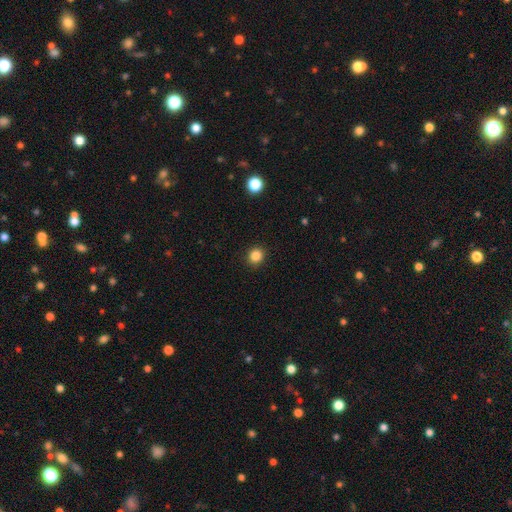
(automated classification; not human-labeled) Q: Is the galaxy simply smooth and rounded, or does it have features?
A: smooth — 85%.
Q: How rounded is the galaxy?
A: round — 87%.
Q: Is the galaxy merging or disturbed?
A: none — 92%.